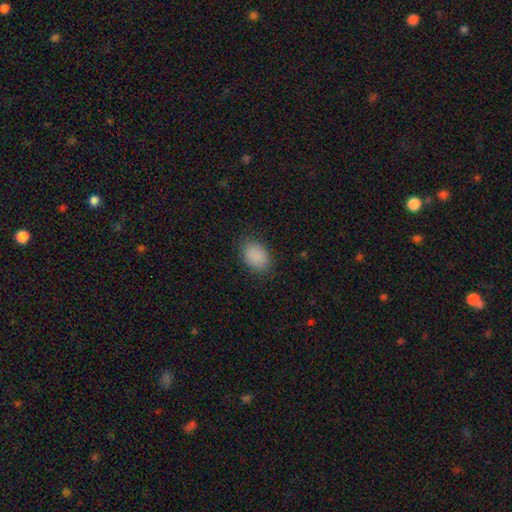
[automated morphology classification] Smooth or featured: smooth — 88% (star or artifact — 8%)
How rounded: in between — 81% (round — 18%)
Merging: none — 83% (minor disturbance — 13%)